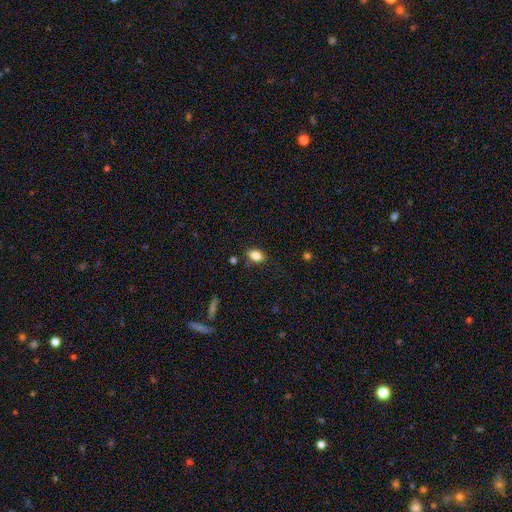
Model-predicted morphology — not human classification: Overall: smooth (84%). How rounded: in between (84%). Merging: none (80%).